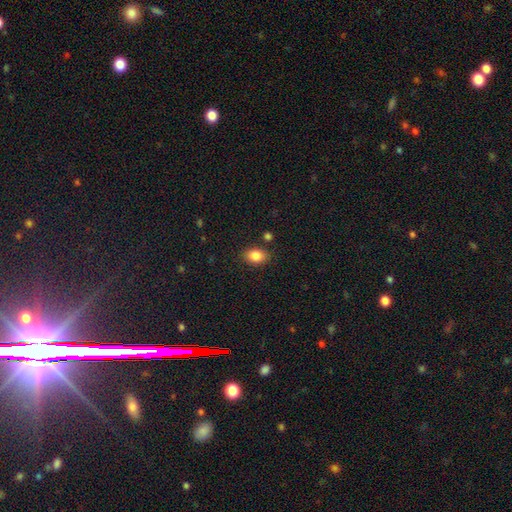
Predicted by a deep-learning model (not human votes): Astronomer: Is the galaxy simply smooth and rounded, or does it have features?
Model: smooth — 85%.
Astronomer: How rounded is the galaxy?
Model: in between — 77%.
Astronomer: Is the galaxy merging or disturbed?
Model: none — 84%.